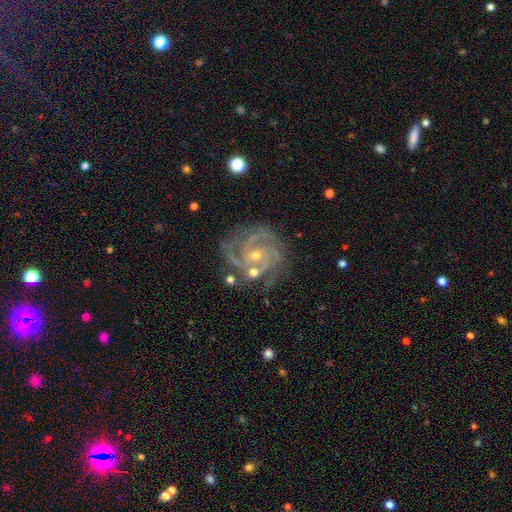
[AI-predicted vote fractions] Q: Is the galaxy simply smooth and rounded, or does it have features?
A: featured or disk — 91%.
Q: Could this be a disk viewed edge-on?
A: no — 98%.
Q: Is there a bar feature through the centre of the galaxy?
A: no — 52%.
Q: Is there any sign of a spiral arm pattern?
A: yes — 98%.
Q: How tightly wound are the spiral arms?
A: tight — 66%.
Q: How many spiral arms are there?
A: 3 — 43%.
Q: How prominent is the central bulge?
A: small — 65%.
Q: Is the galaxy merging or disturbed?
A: none — 73%.